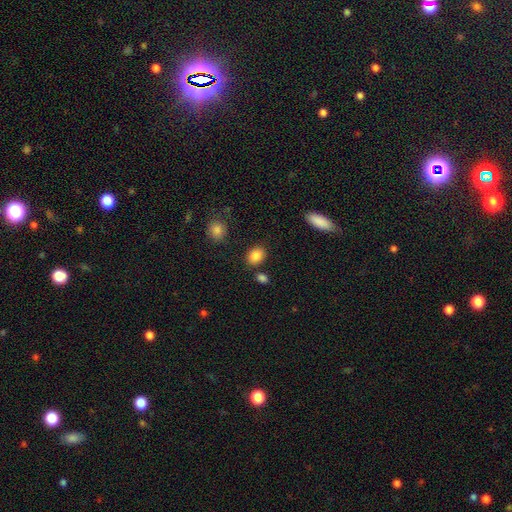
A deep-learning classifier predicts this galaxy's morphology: smooth-or-featured: smooth: 87% | star or artifact: 9% | featured or disk: 5%
  how-rounded: in between: 62% | round: 37% | cigar-shaped: 1%
  merging: none: 80% | minor disturbance: 10% | merger: 7% | major disturbance: 3%